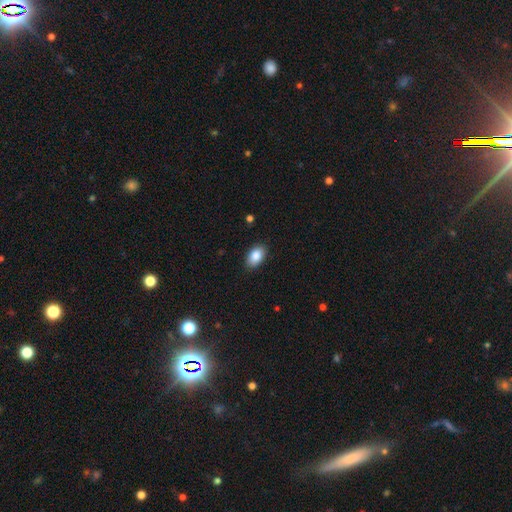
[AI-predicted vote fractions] Smooth or featured? smooth (87%)
How rounded? in between (91%)
Merging? none (87%)